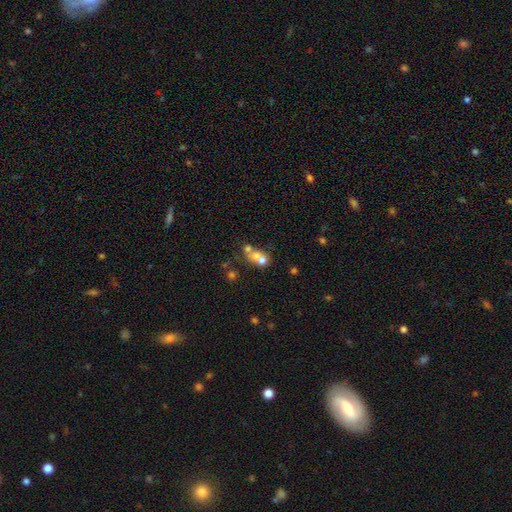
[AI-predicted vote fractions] This appears to be a smooth galaxy with no disk features (58%) that is round (63%). Merging: merger (62%).